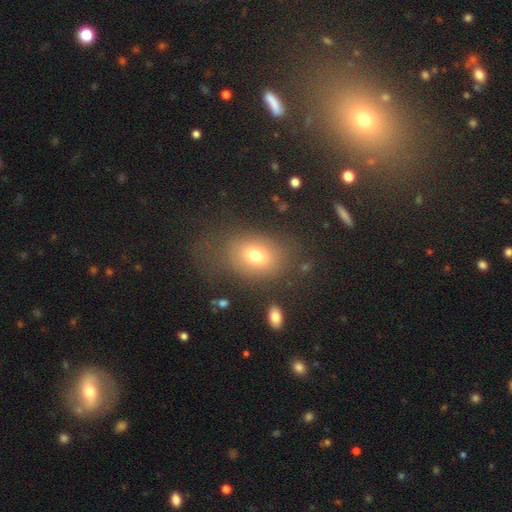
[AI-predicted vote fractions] The model was most divided on "how rounded": in between: 72%, round: 26%, cigar-shaped: 2%. More confident: smooth or featured — smooth (72%); merging — none (66%).